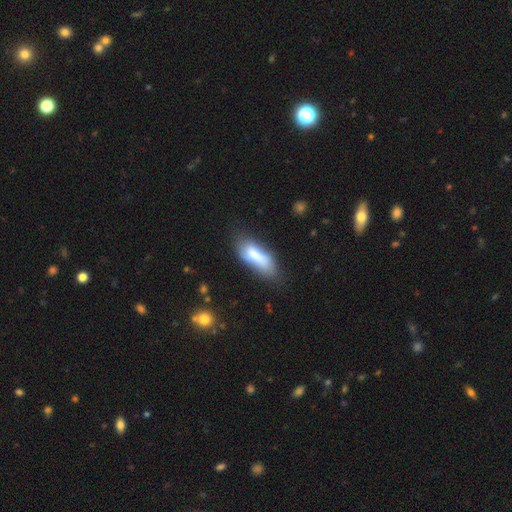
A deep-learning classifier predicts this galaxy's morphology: Smooth or featured: smooth — 71% (featured or disk — 21%)
How rounded: in between — 71% (cigar-shaped — 26%)
Merging: none — 46% (minor disturbance — 29%)